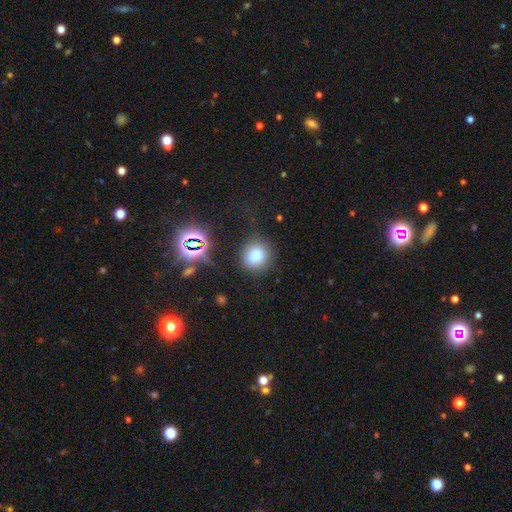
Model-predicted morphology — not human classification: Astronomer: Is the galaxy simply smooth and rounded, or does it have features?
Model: smooth — 76%.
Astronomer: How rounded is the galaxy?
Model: round — 83%.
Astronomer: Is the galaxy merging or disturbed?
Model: none — 80%.